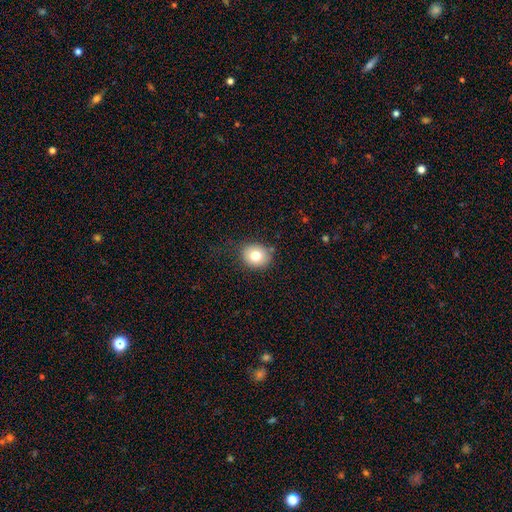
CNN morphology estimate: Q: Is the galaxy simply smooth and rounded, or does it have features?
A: smooth — 77%.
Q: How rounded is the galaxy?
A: round — 67%.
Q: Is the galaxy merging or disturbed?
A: none — 79%.